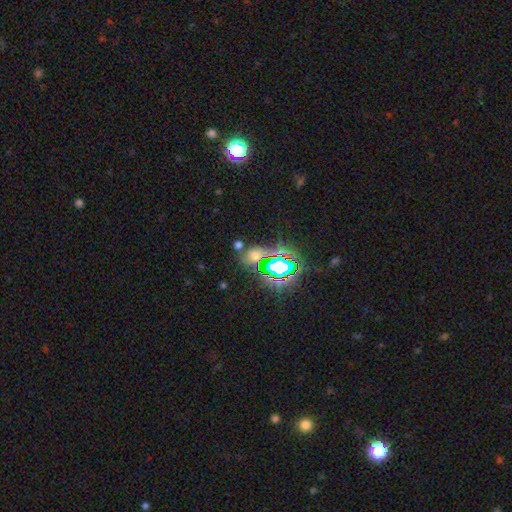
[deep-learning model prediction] Smooth or featured? Predicted: star or artifact (p=0.60).